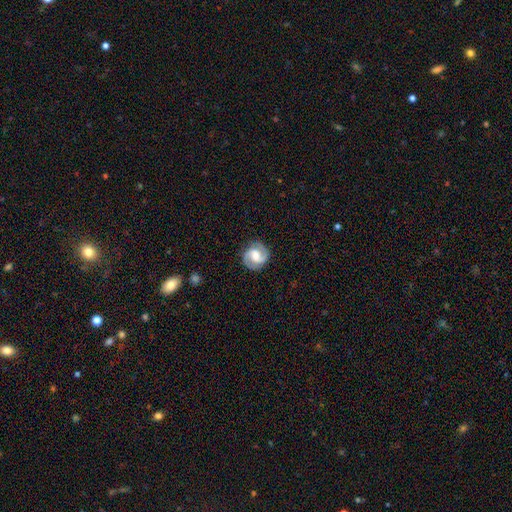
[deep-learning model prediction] Smooth or featured: featured or disk — 83% (smooth — 11%)
Edge-on disk: no — 98% (yes — 2%)
Bar: weak — 50% (no — 29%)
Spiral arms: yes — 97% (no — 3%)
Spiral winding: medium — 52% (tight — 32%)
Spiral arm count: 2 — 93% (can't tell — 2%)
Bulge size: moderate — 54% (large — 19%)
Merging: none — 85% (minor disturbance — 10%)